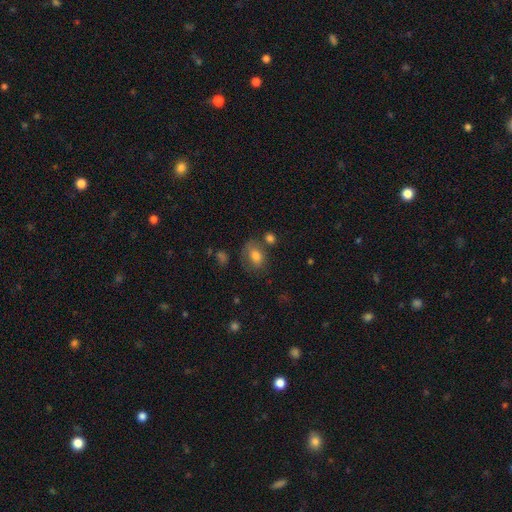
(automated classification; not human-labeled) Overall: smooth (74%). How rounded: in between (64%; round 34%). Merging: none (55%; minor disturbance 22%).